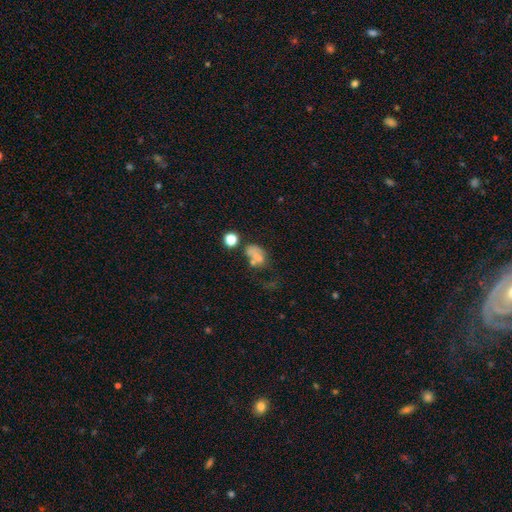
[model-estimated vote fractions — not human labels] The model was most divided on "merging": merger: 30%, none: 27%, major disturbance: 25%, minor disturbance: 18%. More confident: how rounded — in between (74%); smooth or featured — smooth (59%).